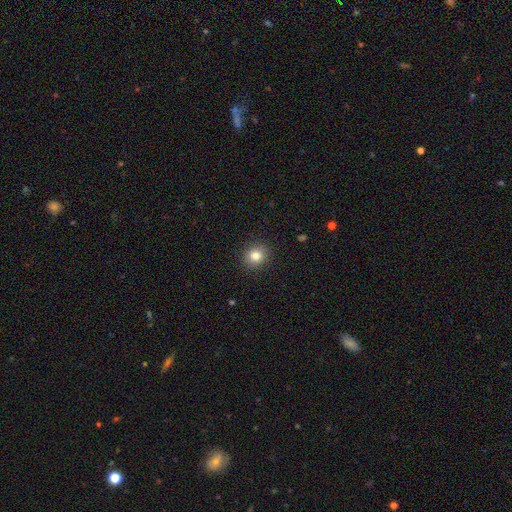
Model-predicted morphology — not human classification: type=smooth (81%); roundness=round (84%); merging=none (91%).